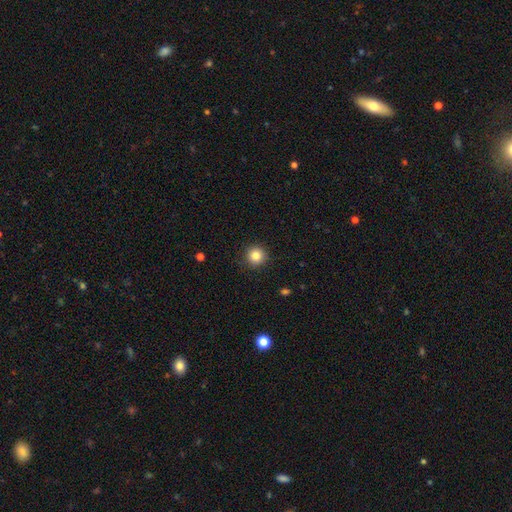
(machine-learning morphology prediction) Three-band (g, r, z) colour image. It shows a smooth galaxy with no disk features (84%) that is round (95%). Merging: none (91%).